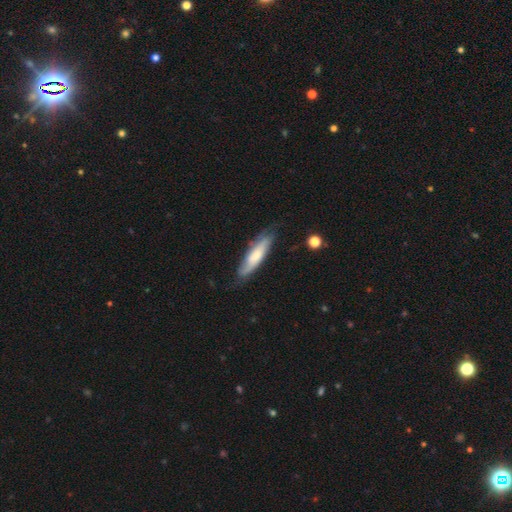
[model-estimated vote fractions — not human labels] A smooth galaxy with no disk features (56%) that is cigar-shaped (67%).

Vote fractions:
- Smooth or featured? smooth: 56% / featured or disk: 39% / star or artifact: 6%
- How rounded? cigar-shaped: 67% / in between: 32% / round: 2%
- Merging? none: 70% / minor disturbance: 22% / major disturbance: 5% / merger: 2%